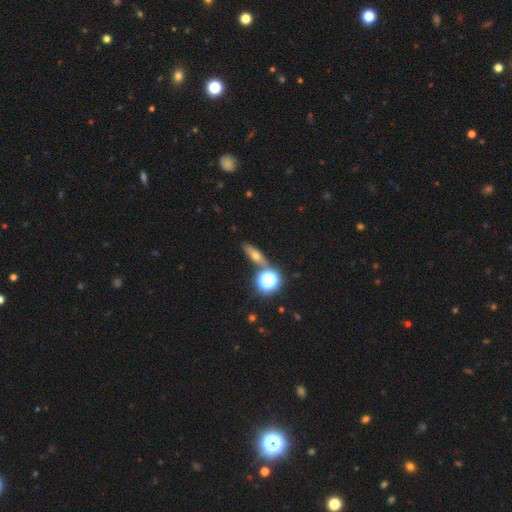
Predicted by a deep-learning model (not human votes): Smooth or featured? Predicted: smooth (p=0.43). Merging? Predicted: none (p=0.78).